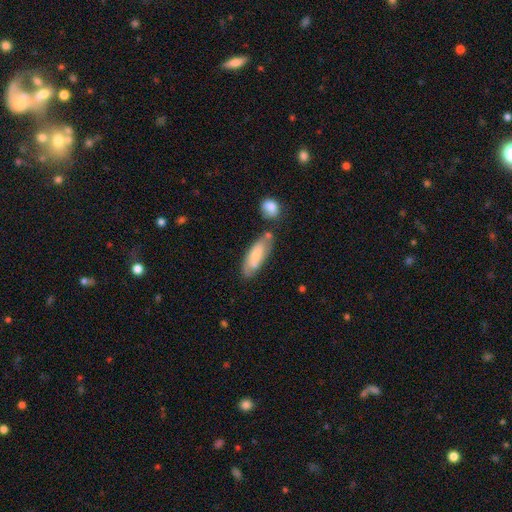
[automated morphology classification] This appears to be a smooth galaxy with no disk features (68%) that is in between round and cigar-shaped (62%). Merging: none (61%).